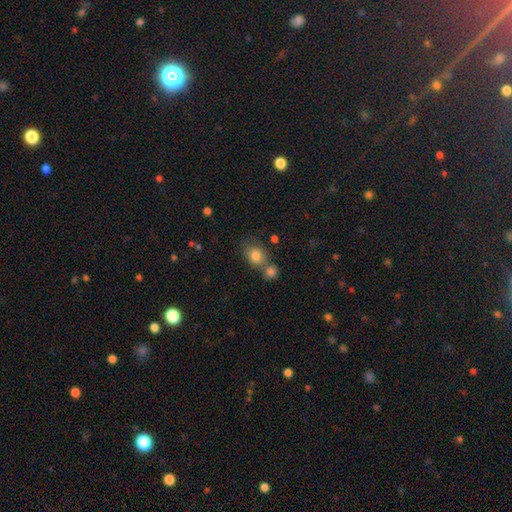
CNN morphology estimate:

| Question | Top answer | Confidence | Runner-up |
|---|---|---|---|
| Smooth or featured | smooth | 80% | star or artifact (11%) |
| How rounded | round | 54% | in between (45%) |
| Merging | none | 47% | merger (36%) |